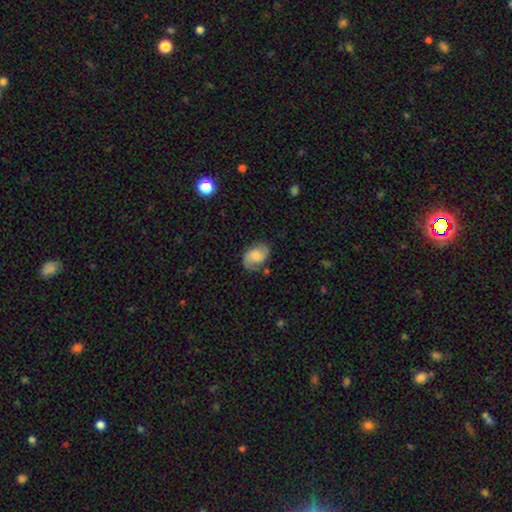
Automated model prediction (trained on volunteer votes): This is possibly a featured or disk galaxy (47%). Merging: likely none (69%).